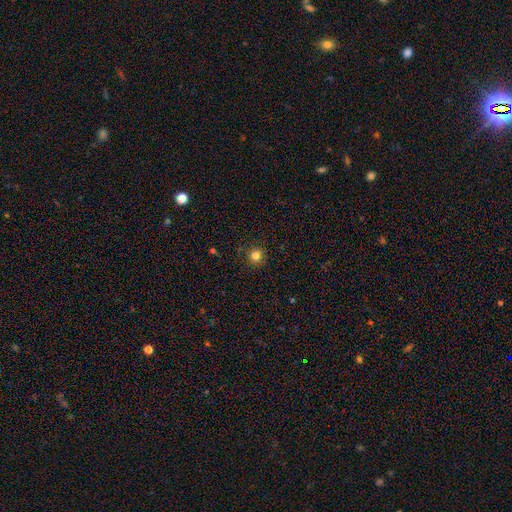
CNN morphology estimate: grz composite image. It shows a smooth galaxy with no disk features (81%) that is round (93%). Merging: none (90%).